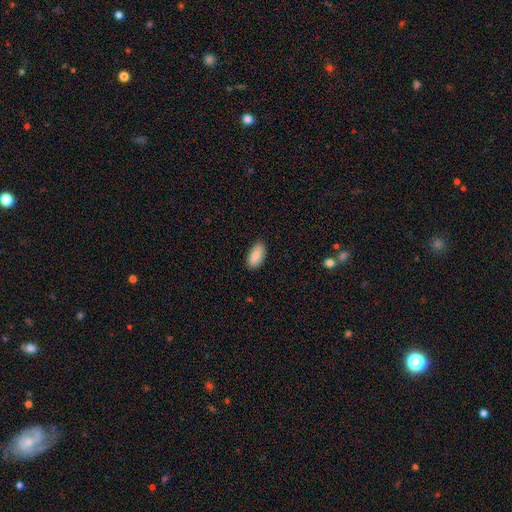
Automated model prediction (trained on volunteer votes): Smooth or featured?
  - smooth: 87% *
  - star or artifact: 7%
  - featured or disk: 6%
How rounded?
  - in between: 93% *
  - cigar-shaped: 5%
  - round: 3%
Merging?
  - none: 86% *
  - minor disturbance: 11%
  - major disturbance: 2%
  - merger: 1%